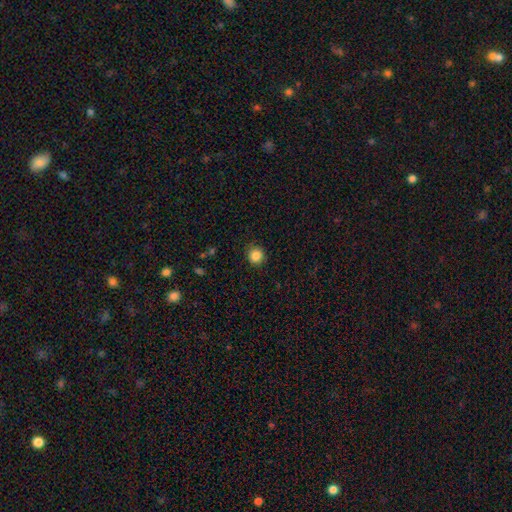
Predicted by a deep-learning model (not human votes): A smooth galaxy with no disk features (86%) that is round (91%). Merging: none (88%).